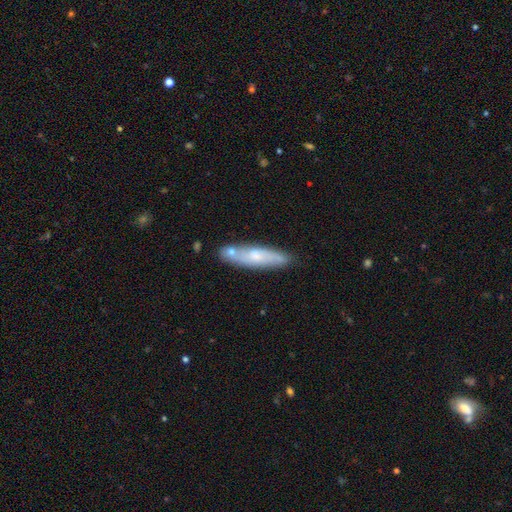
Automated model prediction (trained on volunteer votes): Overall: smooth (53%; featured or disk 41%). How rounded: cigar-shaped (77%). Merging: none (69%).